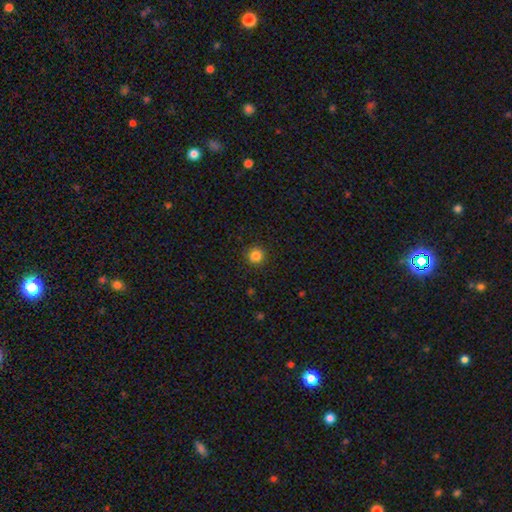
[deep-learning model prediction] smooth 84%, star or artifact 12%, featured or disk 4%. Down the decision tree: how rounded — round (94%); merging — none (91%).